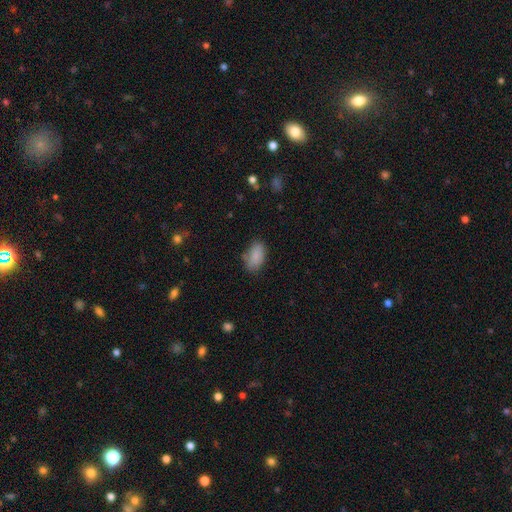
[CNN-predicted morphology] A smooth galaxy with no disk features (87%) that is in between round and cigar-shaped (92%).

Vote fractions:
- Smooth or featured? smooth: 87% / star or artifact: 8% / featured or disk: 5%
- How rounded? in between: 92% / round: 5% / cigar-shaped: 3%
- Merging? none: 74% / minor disturbance: 19% / major disturbance: 5% / merger: 2%